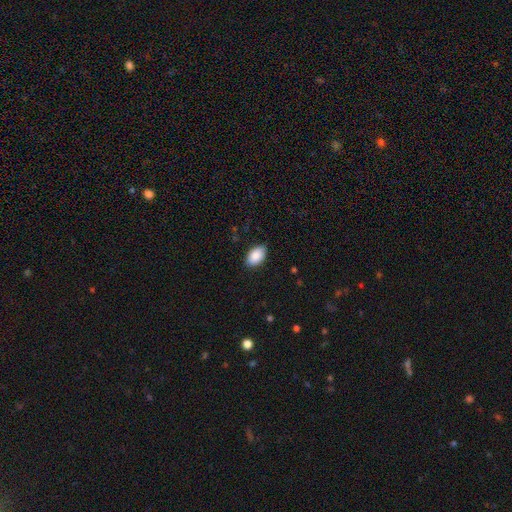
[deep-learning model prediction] Smooth or featured? Predicted: smooth (p=0.89). How rounded? Predicted: in between (p=0.93). Merging? Predicted: none (p=0.84).